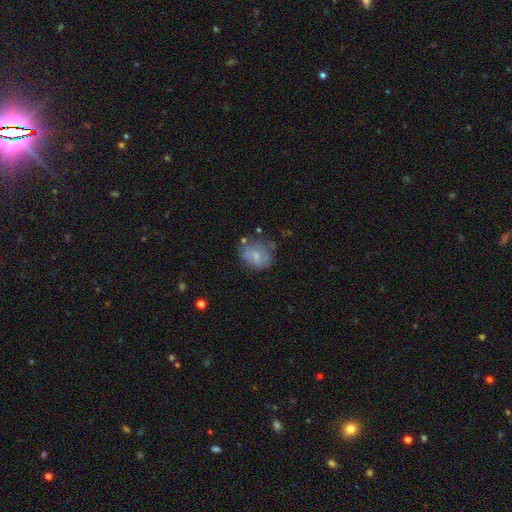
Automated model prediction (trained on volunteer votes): A smooth galaxy with no disk features (62%) that is round (58%).

Vote fractions:
- Smooth or featured? smooth: 62% / featured or disk: 30% / star or artifact: 9%
- How rounded? round: 58% / in between: 41% / cigar-shaped: 1%
- Merging? none: 47% / minor disturbance: 30% / major disturbance: 17% / merger: 6%